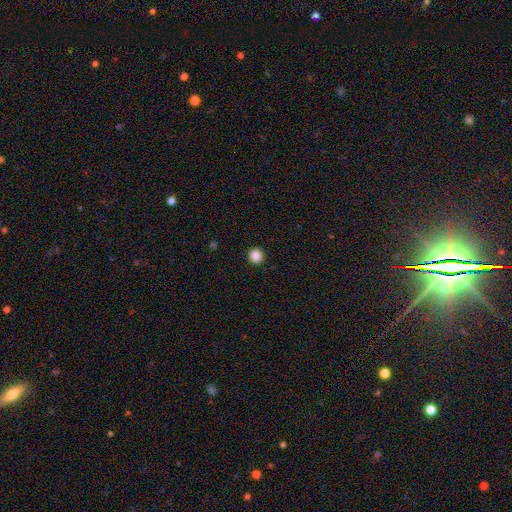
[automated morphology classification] This appears to be a smooth galaxy with no disk features (87%) that is round (93%). Merging: none (93%).